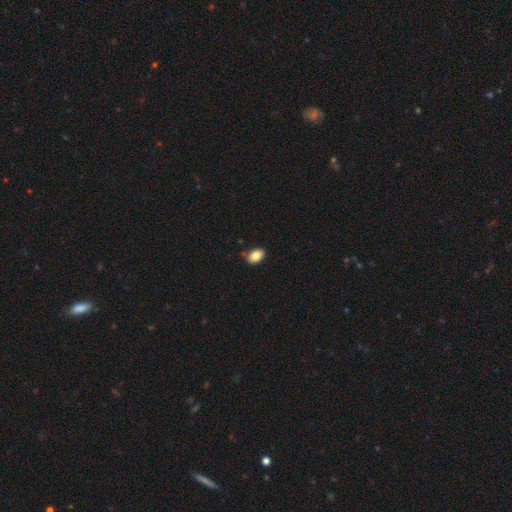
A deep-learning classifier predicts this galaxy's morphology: smooth-or-featured: smooth: 85% | star or artifact: 8% | featured or disk: 7%
  how-rounded: in between: 83% | round: 15% | cigar-shaped: 1%
  merging: none: 78% | minor disturbance: 17% | major disturbance: 3% | merger: 2%